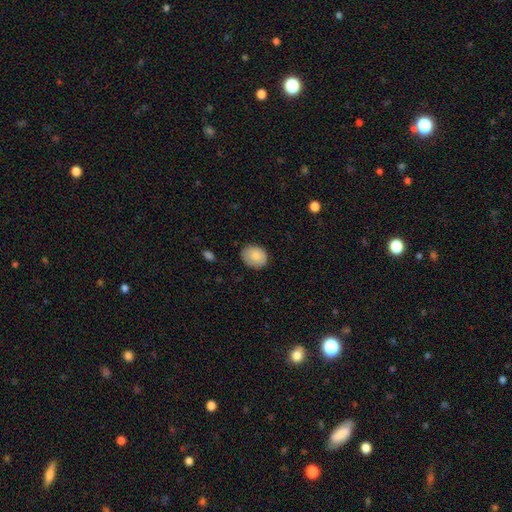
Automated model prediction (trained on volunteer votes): smooth-or-featured: smooth: 82% | featured or disk: 11% | star or artifact: 7%
  how-rounded: round: 53% | in between: 46% | cigar-shaped: 1%
  merging: none: 80% | minor disturbance: 16% | major disturbance: 3% | merger: 1%